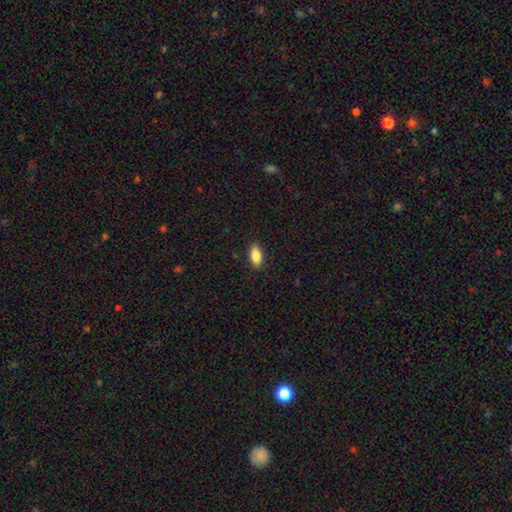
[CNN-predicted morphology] This appears to be a smooth galaxy with no disk features (85%) that is in between round and cigar-shaped (87%). Merging: none (87%).